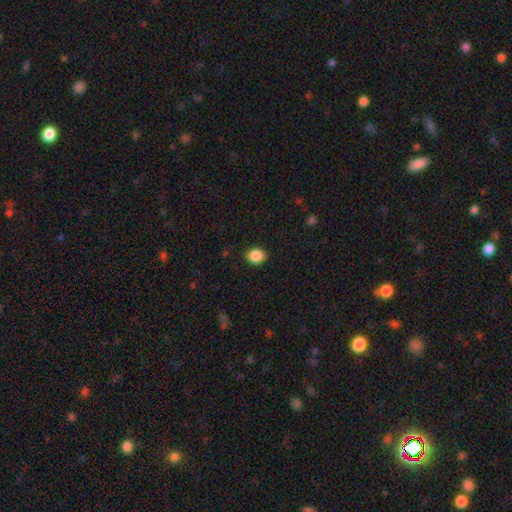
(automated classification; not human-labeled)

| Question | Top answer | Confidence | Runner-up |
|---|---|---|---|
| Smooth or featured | smooth | 88% | star or artifact (9%) |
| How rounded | round | 56% | in between (43%) |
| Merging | none | 87% | minor disturbance (10%) |